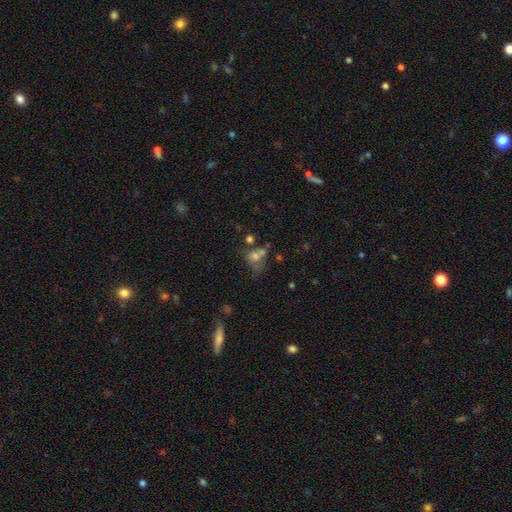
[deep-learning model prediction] The model was most divided on "merging": merger: 37%, none: 30%, major disturbance: 17%, minor disturbance: 16%. More confident: smooth or featured — smooth (64%); how rounded — round (57%).